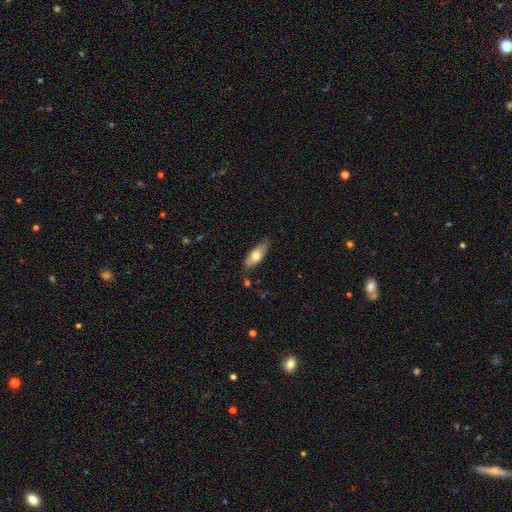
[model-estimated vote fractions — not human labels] A smooth galaxy with no disk features (66%) that is in between round and cigar-shaped (66%).

Vote fractions:
- Smooth or featured? smooth: 66% / featured or disk: 28% / star or artifact: 6%
- How rounded? in between: 66% / cigar-shaped: 32% / round: 2%
- Merging? none: 75% / minor disturbance: 19% / major disturbance: 3% / merger: 3%